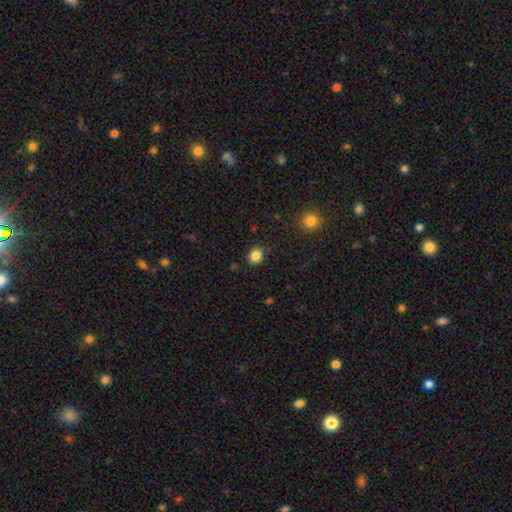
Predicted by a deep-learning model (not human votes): Smooth or featured?
  - smooth: 84% *
  - star or artifact: 11%
  - featured or disk: 5%
How rounded?
  - round: 71% *
  - in between: 28%
  - cigar-shaped: 1%
Merging?
  - none: 87% *
  - minor disturbance: 9%
  - major disturbance: 2%
  - merger: 2%